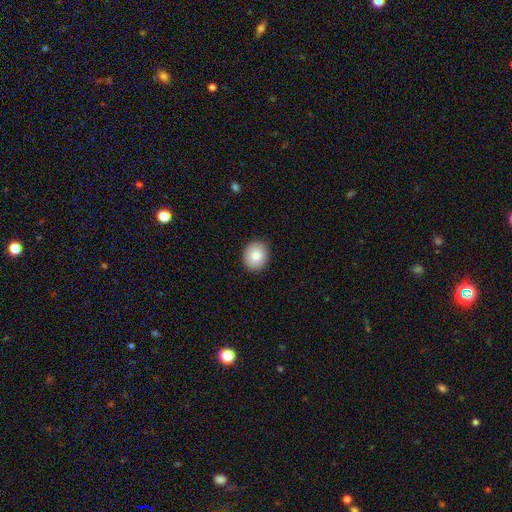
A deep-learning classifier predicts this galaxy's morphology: A smooth galaxy with no disk features (85%) that is round (61%).

Vote fractions:
- Smooth or featured? smooth: 85% / featured or disk: 8% / star or artifact: 8%
- How rounded? round: 61% / in between: 38% / cigar-shaped: 1%
- Merging? none: 90% / minor disturbance: 7% / major disturbance: 2% / merger: 1%